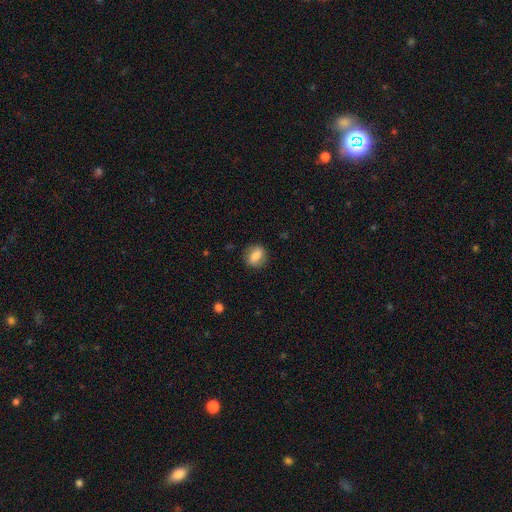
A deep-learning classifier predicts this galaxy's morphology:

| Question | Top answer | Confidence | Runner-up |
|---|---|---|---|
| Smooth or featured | smooth | 78% | featured or disk (14%) |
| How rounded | in between | 57% | round (40%) |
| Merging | none | 82% | minor disturbance (13%) |